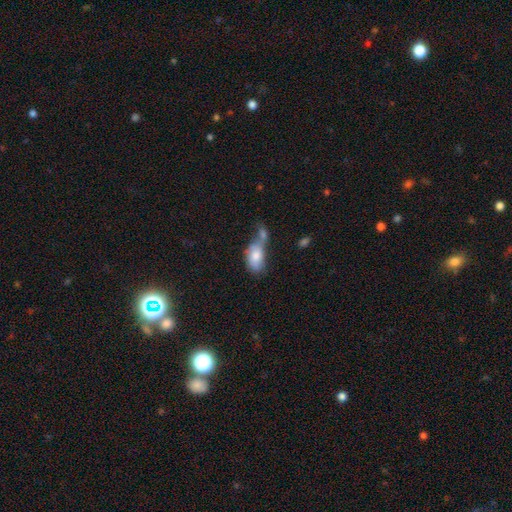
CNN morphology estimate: A smooth galaxy with no disk features (73%) that is in between round and cigar-shaped (89%). Merging: merger (53%).